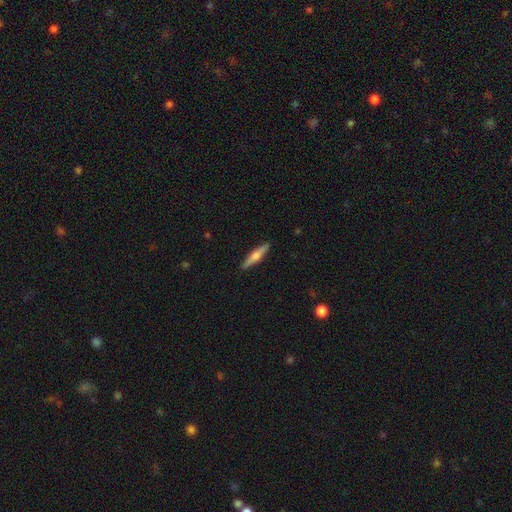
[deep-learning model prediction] Morphology: type=smooth (48%); merging=none (91%).